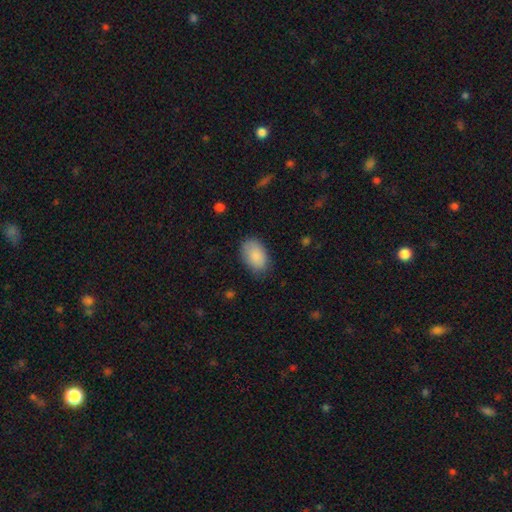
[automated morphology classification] This appears to be a smooth galaxy with no disk features (87%) that is in between round and cigar-shaped (90%). Merging: none (77%).